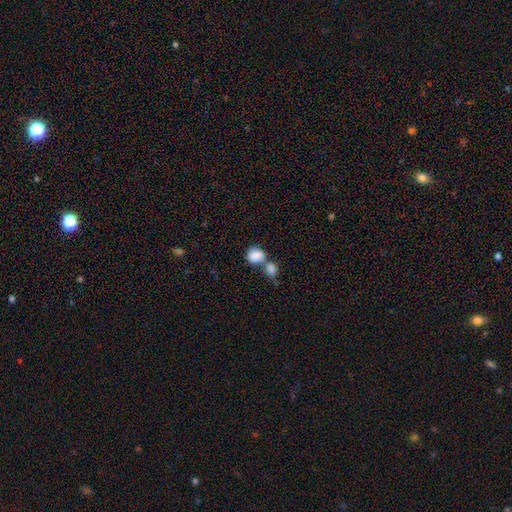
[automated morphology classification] This appears to be a smooth galaxy with no disk features (85%) that is round (60%). Merging: merger (60%).